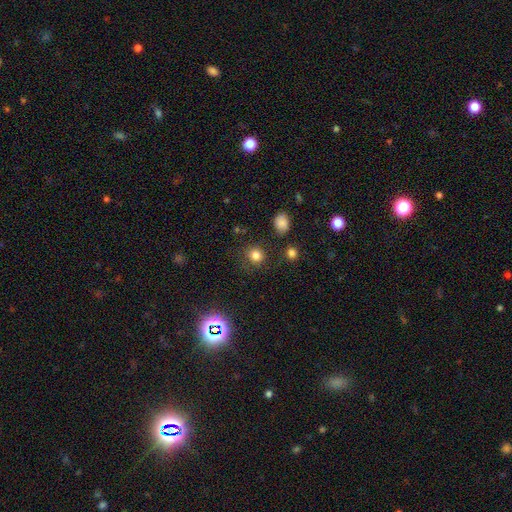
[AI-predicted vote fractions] This is likely a smooth galaxy (78%). How rounded: clearly round (86%). Merging: clearly none (82%).